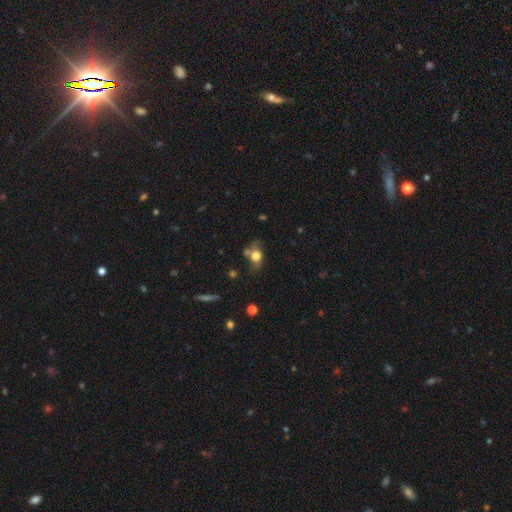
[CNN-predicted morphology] This appears to be a smooth galaxy with no disk features (63%) that is in between round and cigar-shaped (59%). Merging: none (51%).